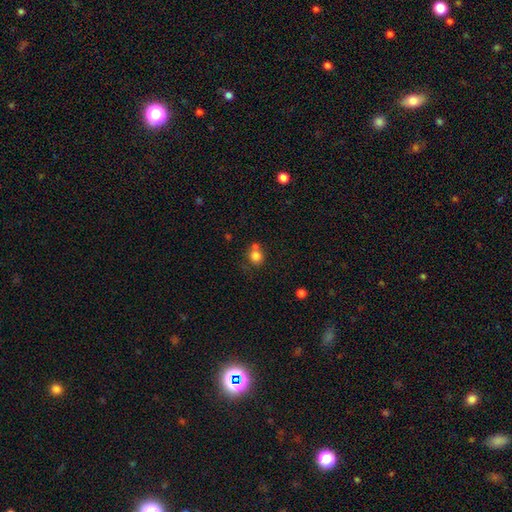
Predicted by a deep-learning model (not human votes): This appears to be a smooth galaxy with no disk features (80%) that is round (81%). Merging: none (52%).